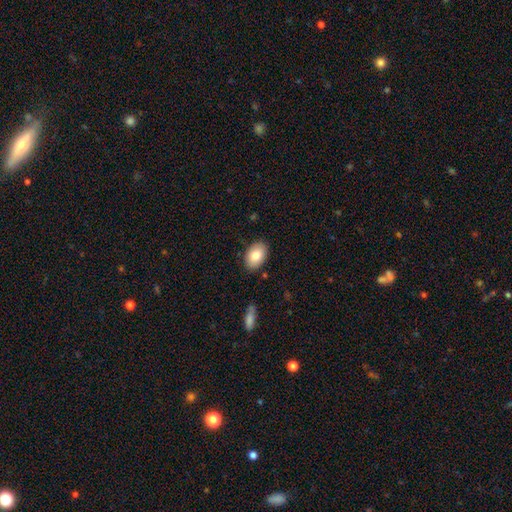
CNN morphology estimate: A smooth galaxy with no disk features (81%) that is in between round and cigar-shaped (88%). Merging: none (86%).